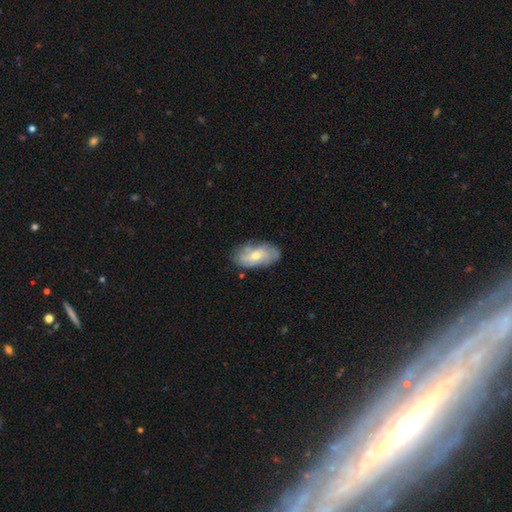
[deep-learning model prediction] smooth_or_featured: smooth (p=0.48) [alt: featured or disk p=0.46]
merging: none (p=0.73) [alt: minor disturbance p=0.20]